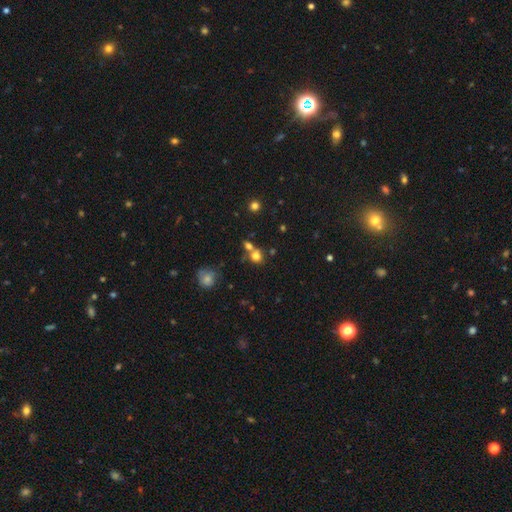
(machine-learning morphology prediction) A smooth galaxy with no disk features (74%) that is round (74%).

Vote fractions:
- Smooth or featured? smooth: 74% / star or artifact: 16% / featured or disk: 10%
- How rounded? round: 74% / in between: 24% / cigar-shaped: 1%
- Merging? none: 46% / merger: 40% / minor disturbance: 9% / major disturbance: 5%